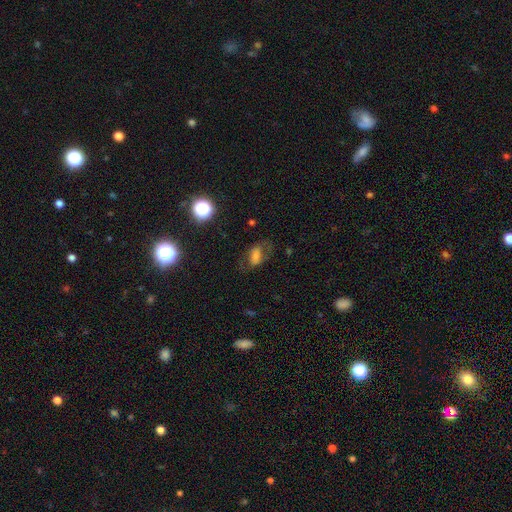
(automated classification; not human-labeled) Smooth or featured?
  - smooth: 54% *
  - featured or disk: 30%
  - star or artifact: 16%
How rounded?
  - in between: 84% *
  - round: 12%
  - cigar-shaped: 3%
Merging?
  - none: 57% *
  - major disturbance: 21%
  - minor disturbance: 20%
  - merger: 2%